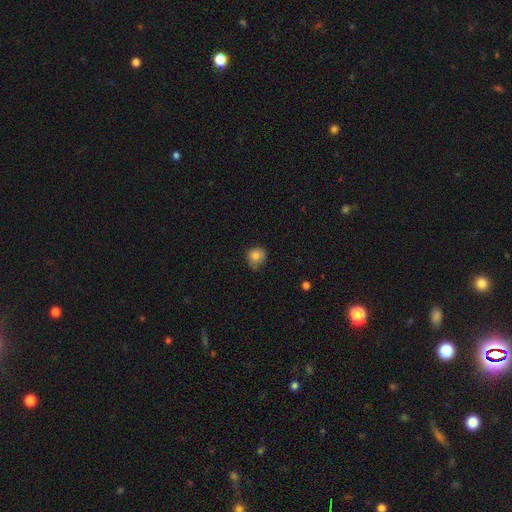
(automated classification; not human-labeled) Smooth or featured? smooth (80%)
How rounded? round (85%)
Merging? none (70%)